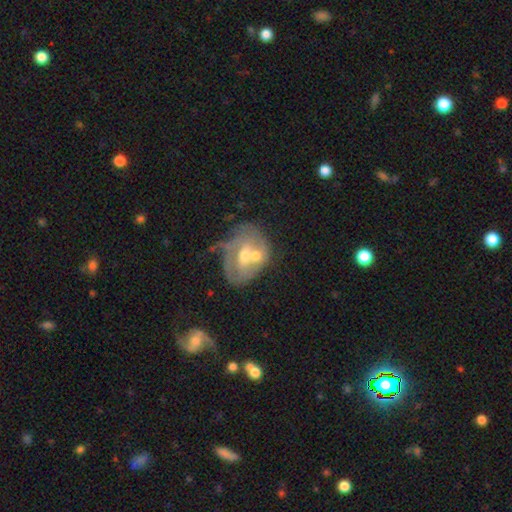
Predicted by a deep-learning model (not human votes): Smooth or featured? featured or disk (60%)
Edge-on disk? no (96%)
Bar? no (69%)
Spiral arms? no (60%)
Bulge size? moderate (62%)
Merging? merger (54%)